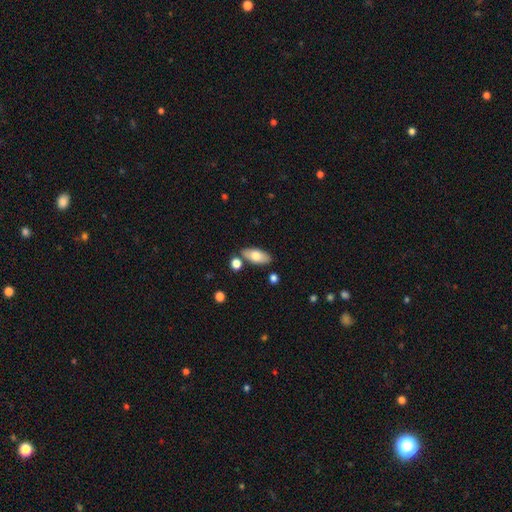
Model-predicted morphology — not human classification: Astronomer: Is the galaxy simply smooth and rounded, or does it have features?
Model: smooth — 72%.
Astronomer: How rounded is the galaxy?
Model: in between — 88%.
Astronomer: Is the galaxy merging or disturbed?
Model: none — 77%.